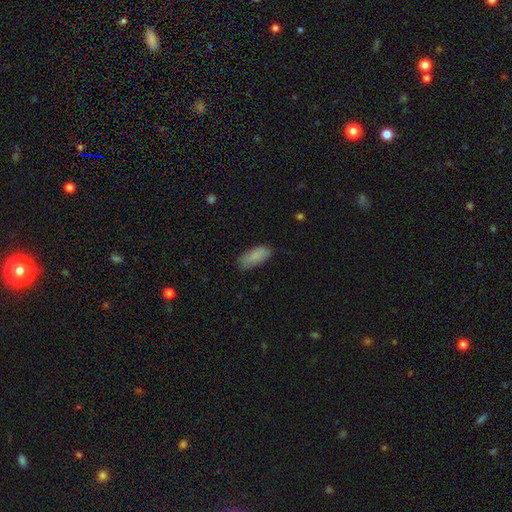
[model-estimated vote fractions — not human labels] smooth_or_featured: smooth (p=0.87) [alt: star or artifact p=0.07]
how_rounded: in between (p=0.82) [alt: cigar-shaped p=0.16]
merging: none (p=0.77) [alt: minor disturbance p=0.18]